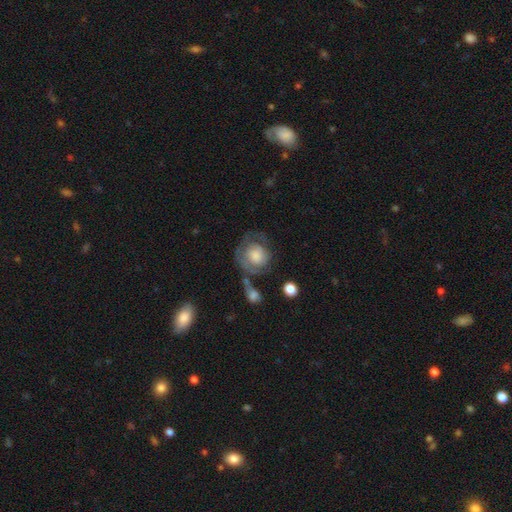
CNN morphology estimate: smooth_or_featured: featured or disk (p=0.57) [alt: smooth p=0.36]
disk_edge_on: no (p=0.97) [alt: yes p=0.03]
bar: no (p=0.80) [alt: weak p=0.17]
has_spiral_arms: yes (p=0.77) [alt: no p=0.23]
bulge_size: large (p=0.42) [alt: moderate p=0.25]
merging: none (p=0.43) [alt: major disturbance p=0.25]